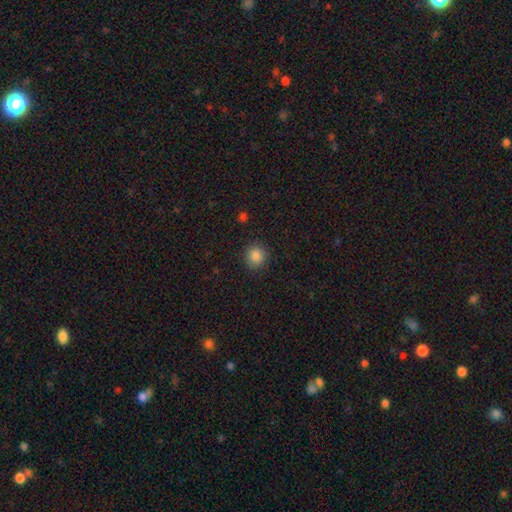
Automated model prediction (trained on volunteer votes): A smooth galaxy with no disk features (85%) that is round (87%).

Vote fractions:
- Smooth or featured? smooth: 85% / star or artifact: 11% / featured or disk: 4%
- How rounded? round: 87% / in between: 12% / cigar-shaped: 1%
- Merging? none: 89% / minor disturbance: 7% / major disturbance: 2% / merger: 1%